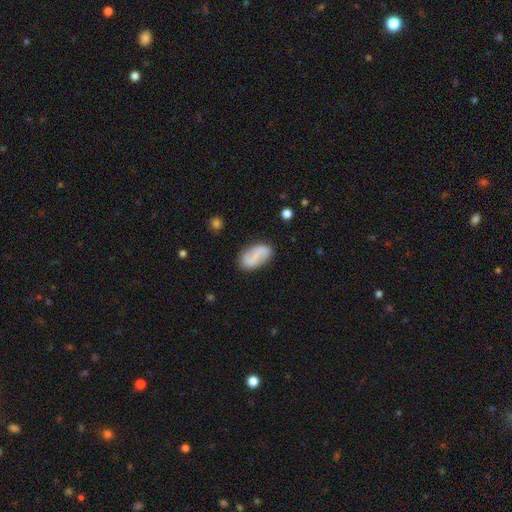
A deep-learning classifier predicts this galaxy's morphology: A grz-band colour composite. It shows a smooth galaxy with no disk features (54%) that is in between round and cigar-shaped (91%). Merging: none (80%).